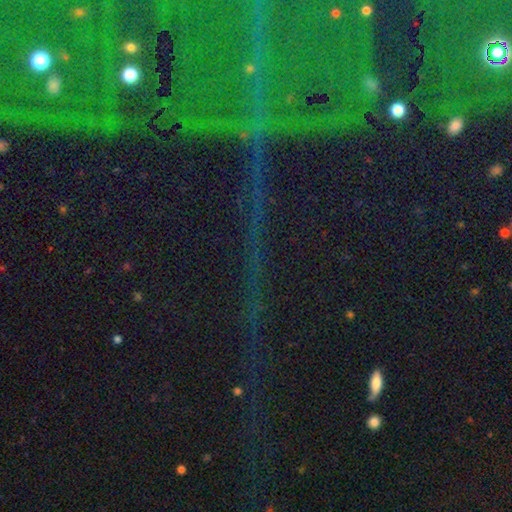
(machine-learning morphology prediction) star or artifact 79%, featured or disk 12%, smooth 9%.